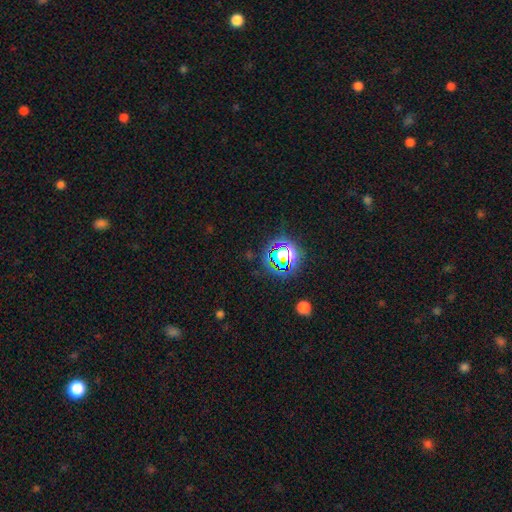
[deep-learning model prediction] Q: Smooth or featured?
A: star or artifact (76%); runner-up: smooth (14%)